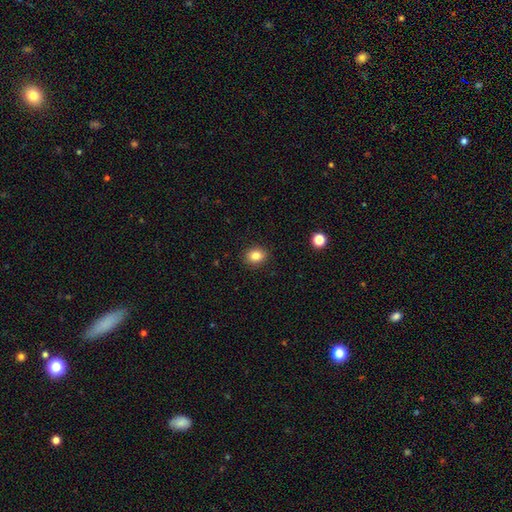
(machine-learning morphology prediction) smooth 84%, star or artifact 10%, featured or disk 6%. Down the decision tree: how rounded — round (55%); merging — none (90%).